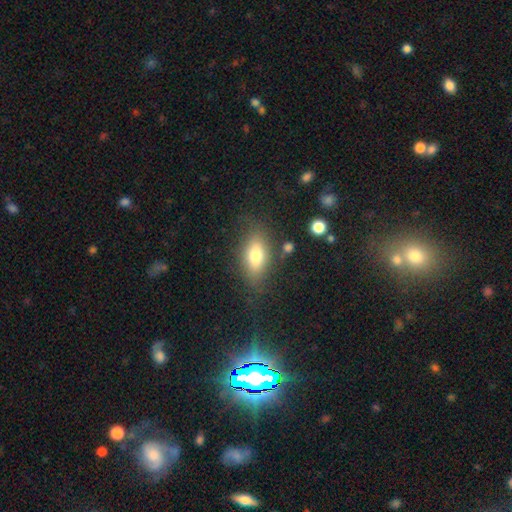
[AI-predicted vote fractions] A smooth galaxy with no disk features (74%) that is in between round and cigar-shaped (85%).

Vote fractions:
- Smooth or featured? smooth: 74% / featured or disk: 18% / star or artifact: 9%
- How rounded? in between: 85% / cigar-shaped: 9% / round: 7%
- Merging? none: 75% / minor disturbance: 16% / major disturbance: 6% / merger: 3%